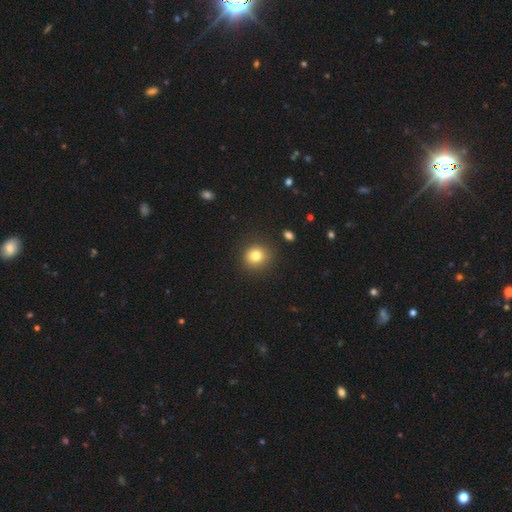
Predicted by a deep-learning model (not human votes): Smooth or featured: smooth — 81% (star or artifact — 11%)
How rounded: round — 88% (in between — 11%)
Merging: none — 90% (minor disturbance — 7%)